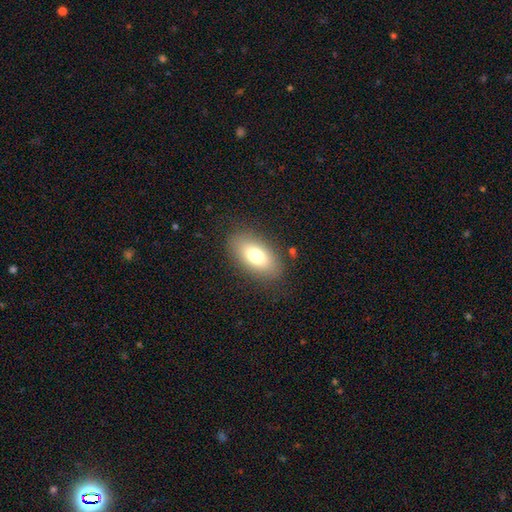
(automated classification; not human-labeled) smooth_or_featured: smooth (p=0.76) [alt: featured or disk p=0.16]
how_rounded: in between (p=0.91) [alt: round p=0.05]
merging: none (p=0.84) [alt: minor disturbance p=0.11]